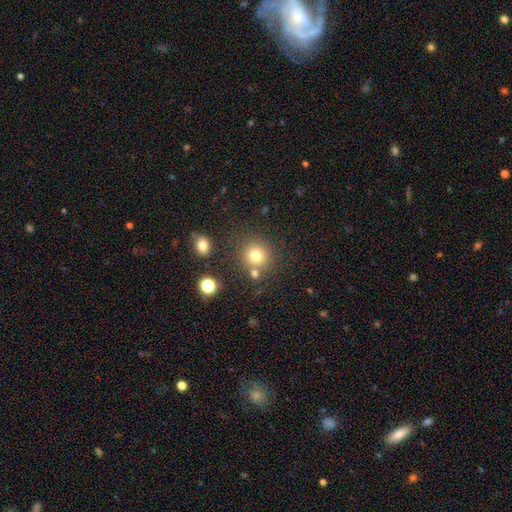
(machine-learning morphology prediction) smooth 76%, star or artifact 15%, featured or disk 9%. Down the decision tree: how rounded — round (91%); merging — none (74%).